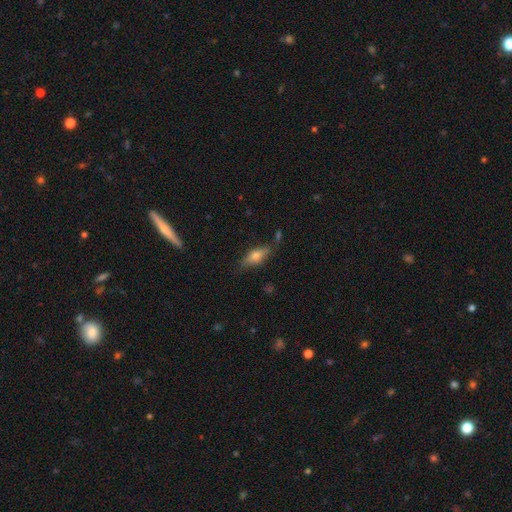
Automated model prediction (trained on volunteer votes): Q: Smooth or featured?
A: smooth (56%); runner-up: featured or disk (36%)
Q: How rounded?
A: in between (61%); runner-up: cigar-shaped (35%)
Q: Merging?
A: none (69%); runner-up: minor disturbance (21%)